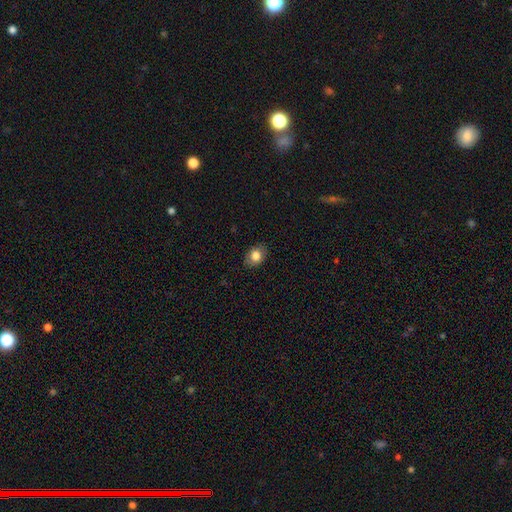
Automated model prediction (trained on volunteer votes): This is clearly a smooth galaxy (81%). How rounded: likely in between (64%). Merging: clearly none (84%).